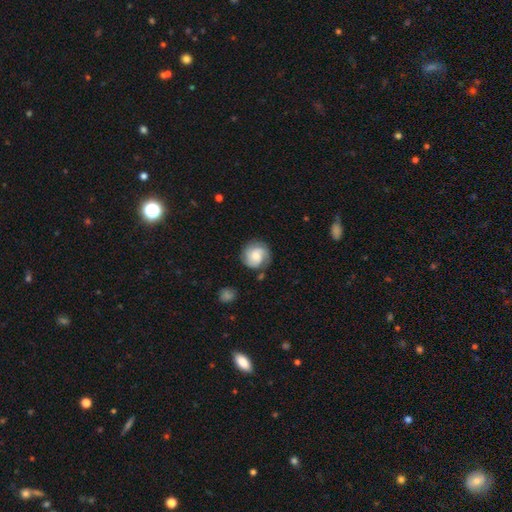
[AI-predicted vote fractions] Smooth or featured? featured or disk (51%)
Edge-on disk? no (98%)
Merging? none (73%)